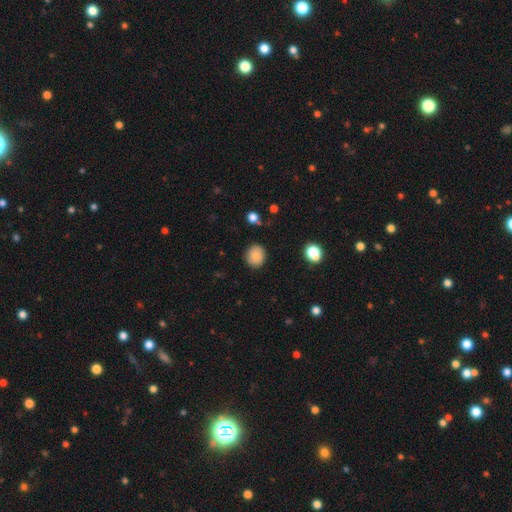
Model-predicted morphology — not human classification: type=smooth (85%); roundness=round (79%); merging=none (87%).